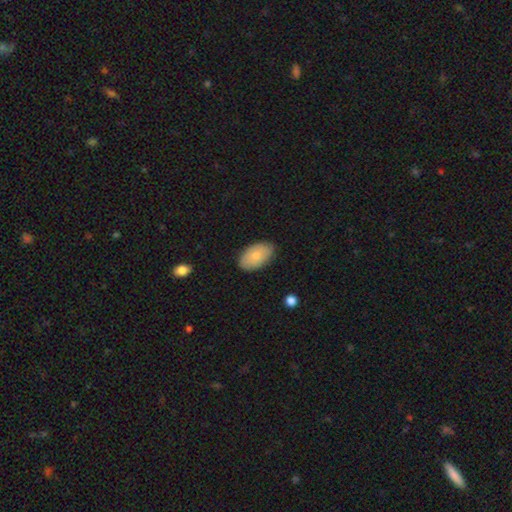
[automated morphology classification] This is likely a smooth galaxy (78%). How rounded: clearly in between (94%). Merging: clearly none (84%).